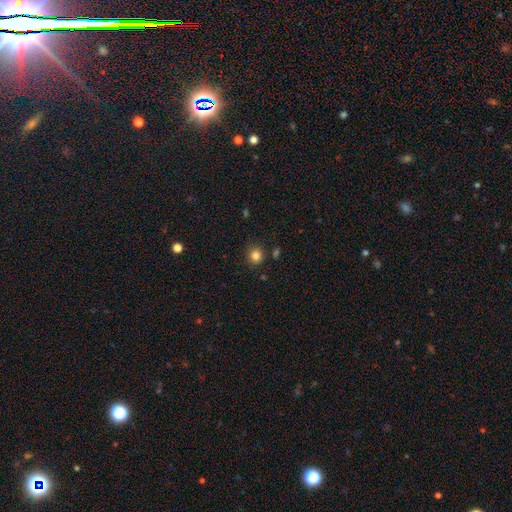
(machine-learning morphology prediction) Smooth or featured?
  - smooth: 83% *
  - star or artifact: 12%
  - featured or disk: 5%
How rounded?
  - round: 88% *
  - in between: 11%
  - cigar-shaped: 1%
Merging?
  - none: 86% *
  - minor disturbance: 8%
  - merger: 3%
  - major disturbance: 2%